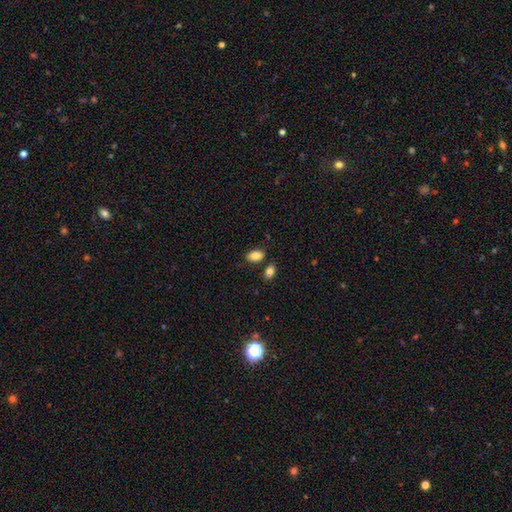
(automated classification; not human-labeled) A smooth galaxy with no disk features (85%) that is in between round and cigar-shaped (91%). Merging: none (78%).